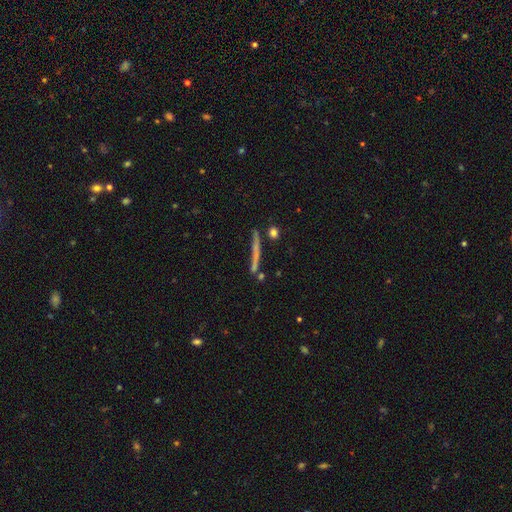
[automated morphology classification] featured or disk 46%, smooth 45%, star or artifact 9%. Down the decision tree: merging — none (80%).